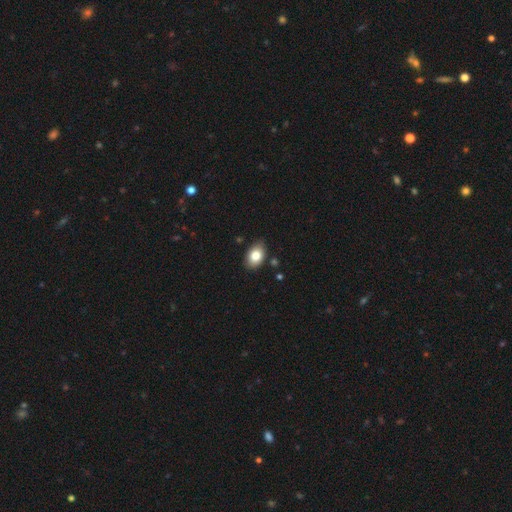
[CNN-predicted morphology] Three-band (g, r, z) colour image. It shows a smooth galaxy with no disk features (81%) that is in between round and cigar-shaped (86%). Merging: none (84%).